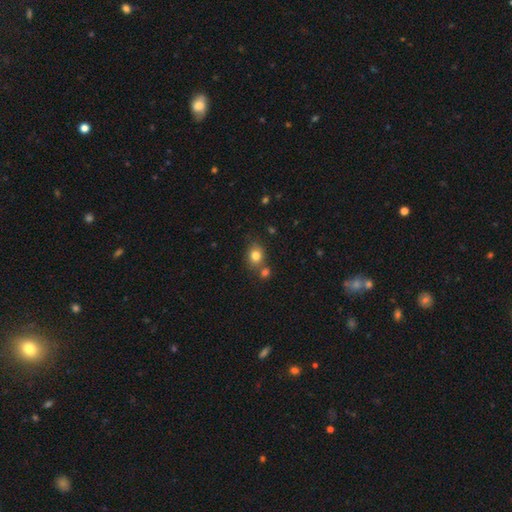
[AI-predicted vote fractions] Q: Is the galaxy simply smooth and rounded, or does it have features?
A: smooth — 81%.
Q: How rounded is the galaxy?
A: round — 61%.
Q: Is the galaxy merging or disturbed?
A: none — 63%.